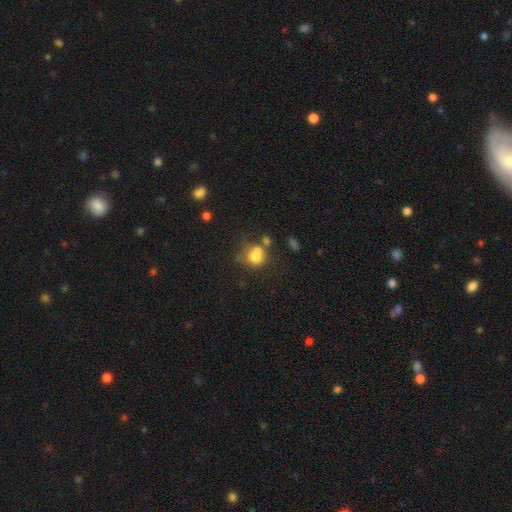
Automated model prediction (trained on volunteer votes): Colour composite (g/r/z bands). It shows a smooth galaxy with no disk features (70%) that is round (76%). Merging: merger (39%, tied with none).